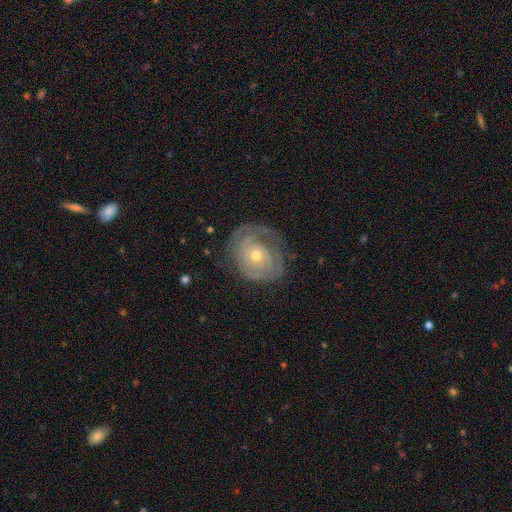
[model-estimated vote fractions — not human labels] featured or disk 77%, smooth 16%, star or artifact 6%. Down the decision tree: edge-on disk — no (96%); bar — no (79%); spiral arms — yes (85%); spiral arm count — can't tell (34%, tied with 2); spiral winding — tight (67%); bulge size — small (51%); merging — none (64%).